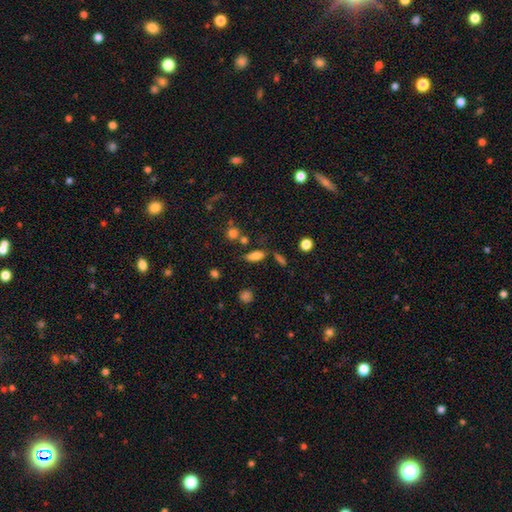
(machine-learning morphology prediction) Q: Smooth or featured?
A: smooth (76%); runner-up: featured or disk (13%)
Q: How rounded?
A: in between (73%); runner-up: cigar-shaped (22%)
Q: Merging?
A: none (71%); runner-up: minor disturbance (15%)